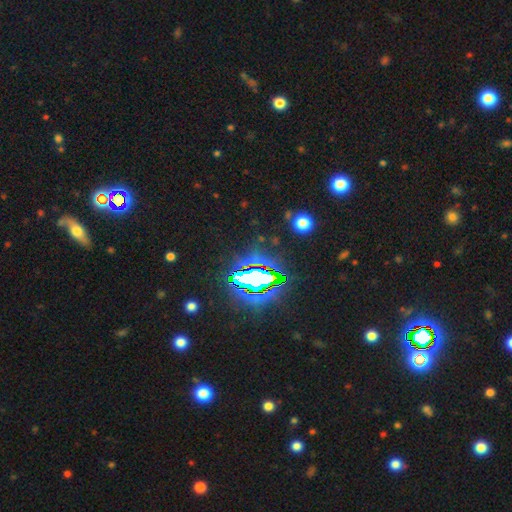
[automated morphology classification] smooth_or_featured: star or artifact (p=0.76) [alt: smooth p=0.13]